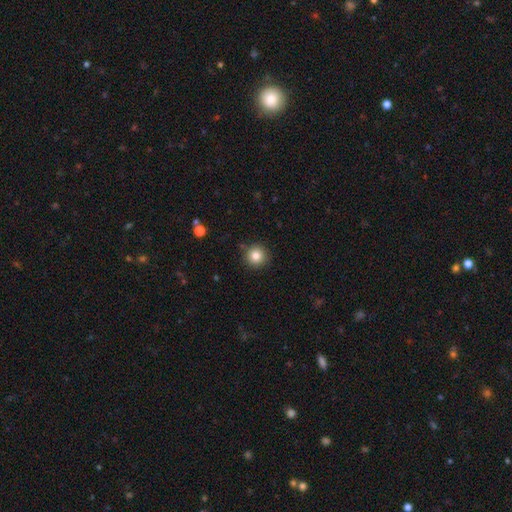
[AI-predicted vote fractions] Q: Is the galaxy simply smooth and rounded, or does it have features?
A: smooth — 83%.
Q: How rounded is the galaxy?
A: round — 95%.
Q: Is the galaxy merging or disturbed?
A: none — 89%.